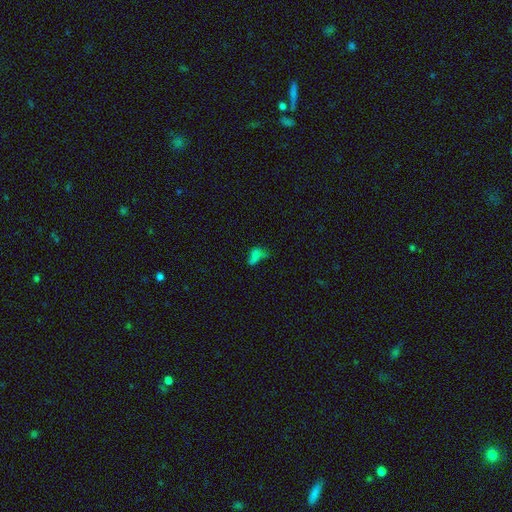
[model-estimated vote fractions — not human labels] smooth-or-featured: smooth: 59% | star or artifact: 24% | featured or disk: 17%
  how-rounded: in between: 81% | cigar-shaped: 10% | round: 8%
  merging: none: 31% | major disturbance: 30% | minor disturbance: 22% | merger: 16%